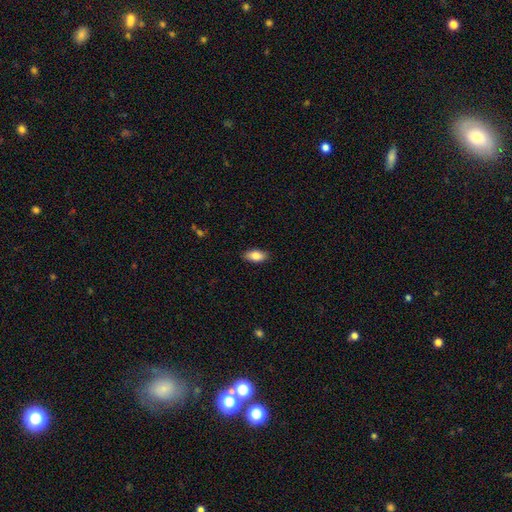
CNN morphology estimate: Q: Smooth or featured?
A: smooth (84%); runner-up: featured or disk (9%)
Q: How rounded?
A: in between (90%); runner-up: cigar-shaped (6%)
Q: Merging?
A: none (88%); runner-up: minor disturbance (9%)